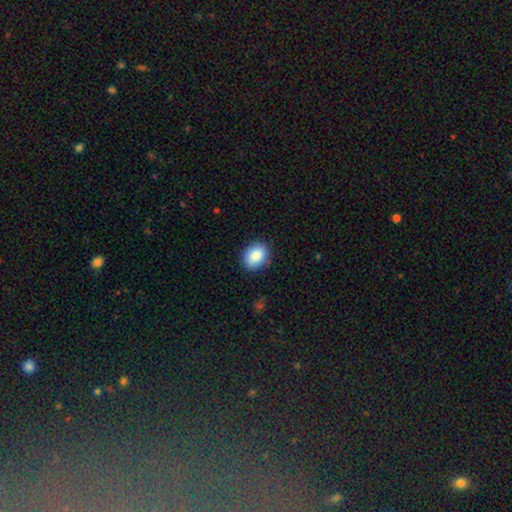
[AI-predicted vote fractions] smooth 87%, star or artifact 7%, featured or disk 5%. Down the decision tree: how rounded — in between (56%); merging — none (85%).